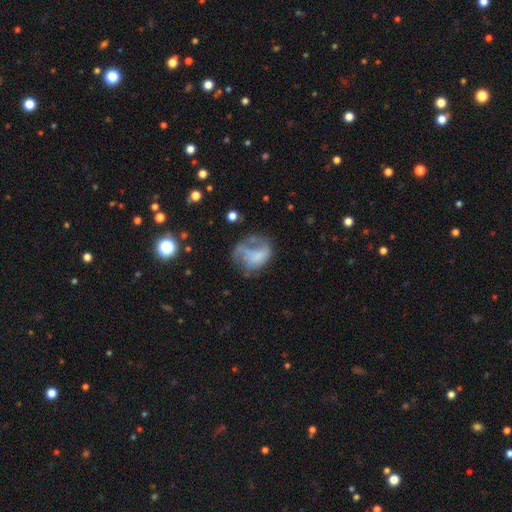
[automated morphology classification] A smooth galaxy with no disk features (47%).

Vote fractions:
- Smooth or featured? smooth: 47% / featured or disk: 42% / star or artifact: 11%
- Merging? major disturbance: 41% / none: 30% / minor disturbance: 22% / merger: 7%